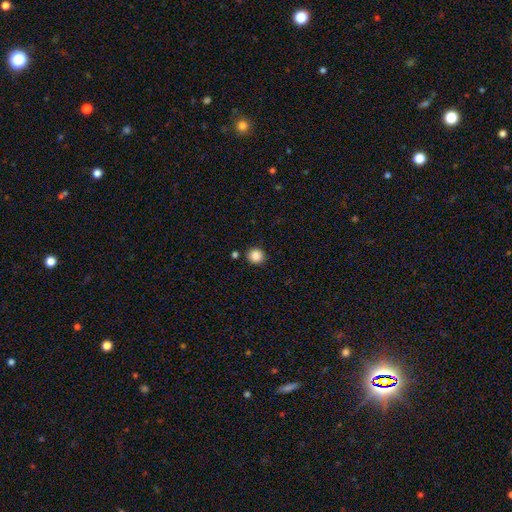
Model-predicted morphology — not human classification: Smooth or featured? smooth (87%)
How rounded? round (90%)
Merging? none (87%)